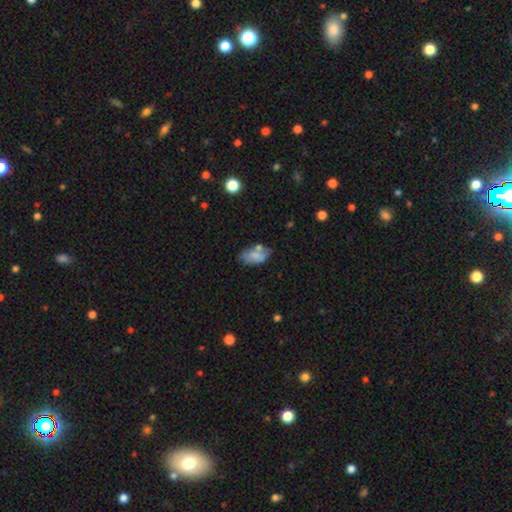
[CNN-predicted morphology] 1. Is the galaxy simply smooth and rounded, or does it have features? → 68% smooth, 24% featured or disk, 9% star or artifact.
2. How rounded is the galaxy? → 92% in between, 6% round, 2% cigar-shaped.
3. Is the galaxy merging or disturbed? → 48% none, 25% minor disturbance, 17% merger, 10% major disturbance.